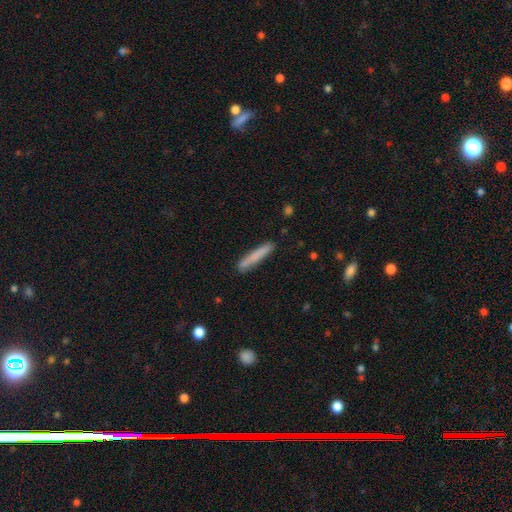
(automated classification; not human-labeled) smooth_or_featured: smooth (p=0.77) [alt: featured or disk p=0.17]
how_rounded: cigar-shaped (p=0.95) [alt: in between p=0.03]
merging: none (p=0.88) [alt: minor disturbance p=0.09]